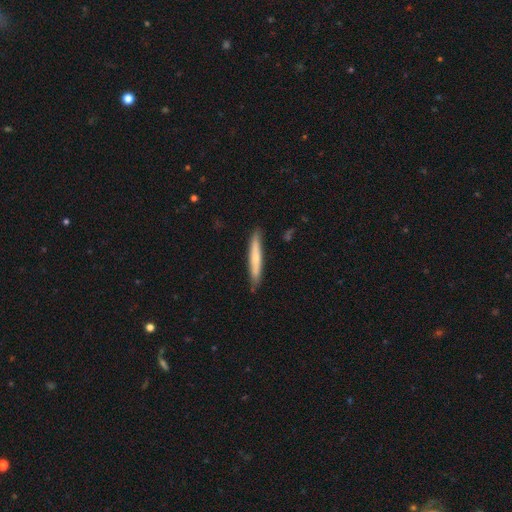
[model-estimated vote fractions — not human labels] Smooth or featured? Predicted: smooth (p=0.62). How rounded? Predicted: cigar-shaped (p=0.94). Merging? Predicted: none (p=0.85).